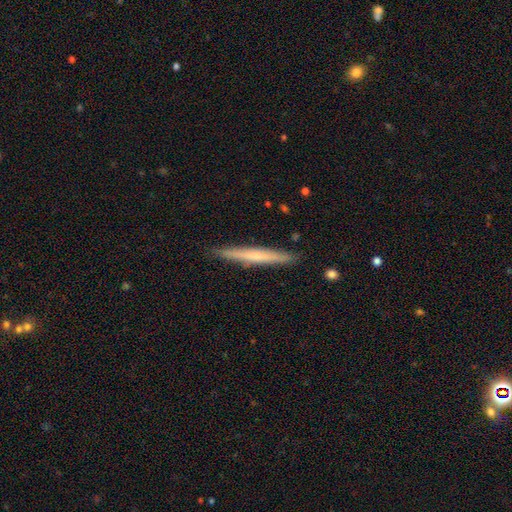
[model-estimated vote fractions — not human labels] Overall: smooth (49%; featured or disk 45%). Merging: none (91%).